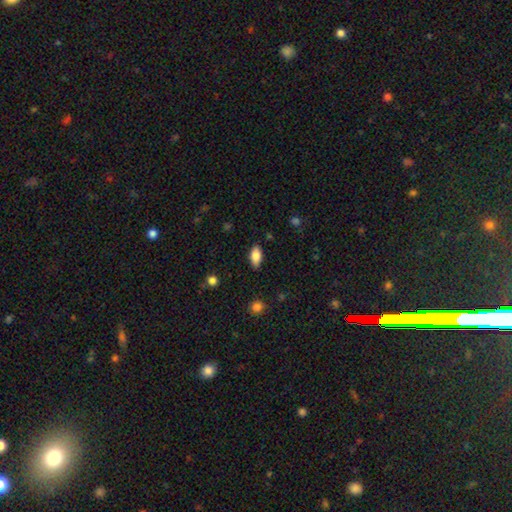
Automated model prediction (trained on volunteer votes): A smooth galaxy with no disk features (83%) that is in between round and cigar-shaped (90%).

Vote fractions:
- Smooth or featured? smooth: 83% / featured or disk: 10% / star or artifact: 7%
- How rounded? in between: 90% / cigar-shaped: 7% / round: 3%
- Merging? none: 84% / minor disturbance: 12% / major disturbance: 2% / merger: 1%